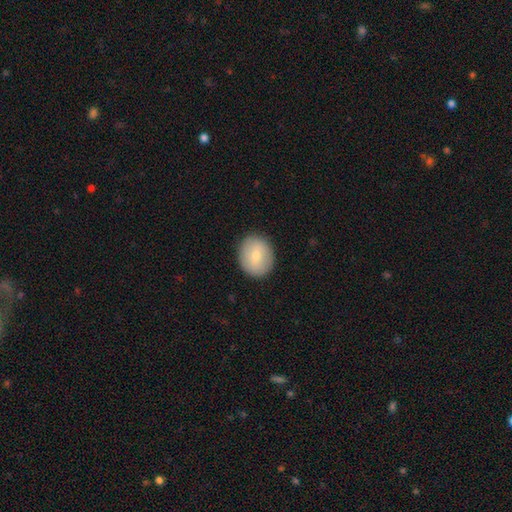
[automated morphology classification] This appears to be a smooth galaxy with no disk features (72%) that is round (65%). Merging: none (88%).